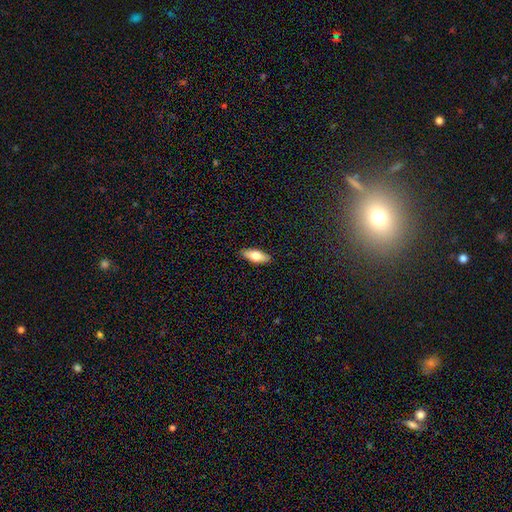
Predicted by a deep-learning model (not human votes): Smooth or featured? smooth (69%)
How rounded? in between (73%)
Merging? none (90%)